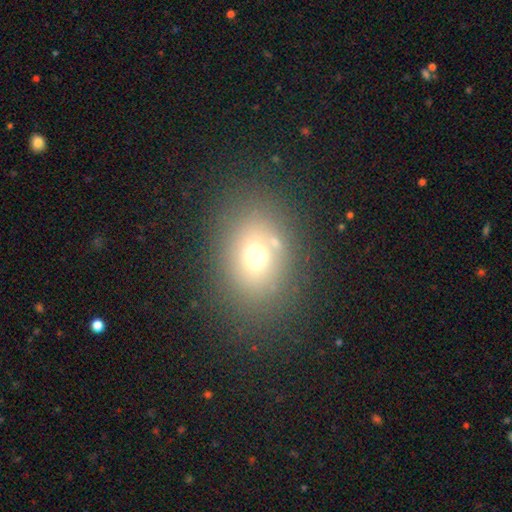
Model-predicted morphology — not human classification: smooth_or_featured: smooth (p=0.66) [alt: star or artifact p=0.19]
how_rounded: in between (p=0.54) [alt: round p=0.45]
merging: none (p=0.77) [alt: minor disturbance p=0.11]